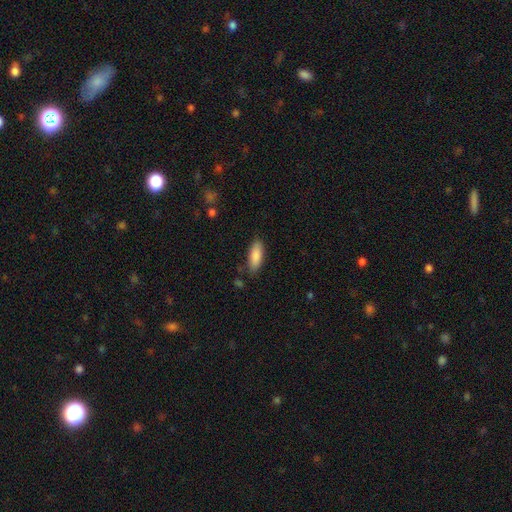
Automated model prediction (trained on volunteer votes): Smooth or featured? smooth (87%)
How rounded? in between (75%)
Merging? none (82%)